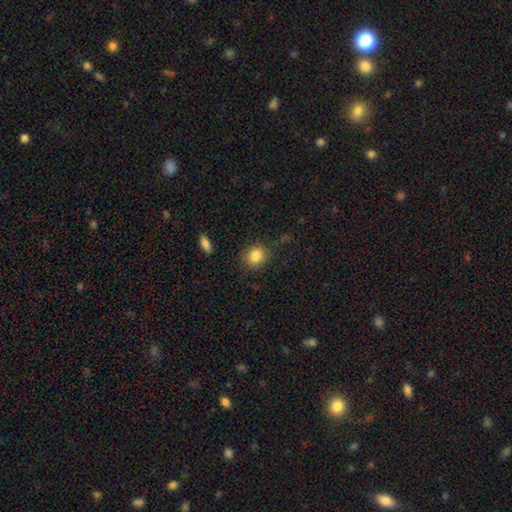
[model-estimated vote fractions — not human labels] Smooth or featured: smooth — 84% (star or artifact — 10%)
How rounded: round — 75% (in between — 23%)
Merging: none — 84% (minor disturbance — 11%)